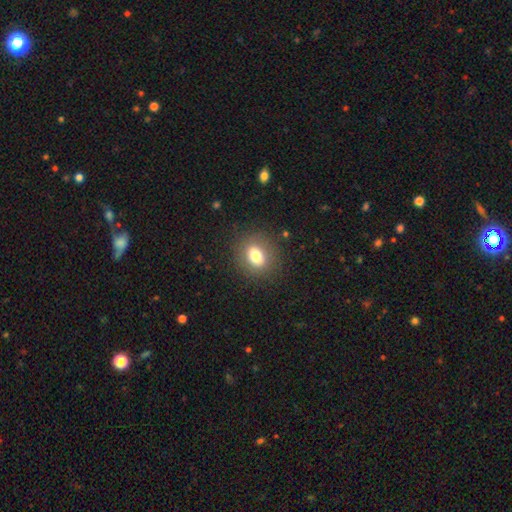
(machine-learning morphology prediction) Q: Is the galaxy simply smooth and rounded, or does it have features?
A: smooth — 77%.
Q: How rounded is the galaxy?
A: in between — 54%.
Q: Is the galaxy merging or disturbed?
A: none — 85%.